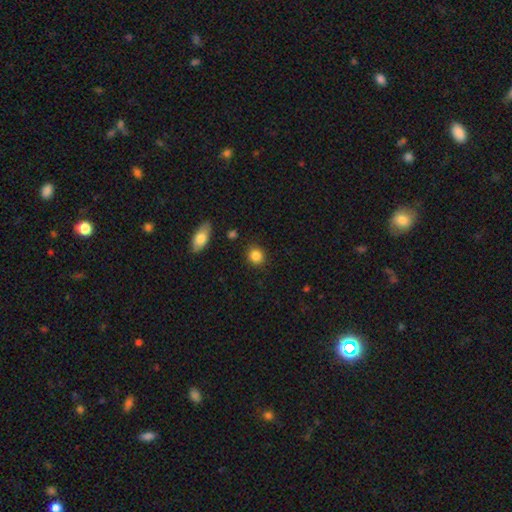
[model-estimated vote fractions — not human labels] A smooth galaxy with no disk features (86%) that is round (81%). Merging: none (88%).